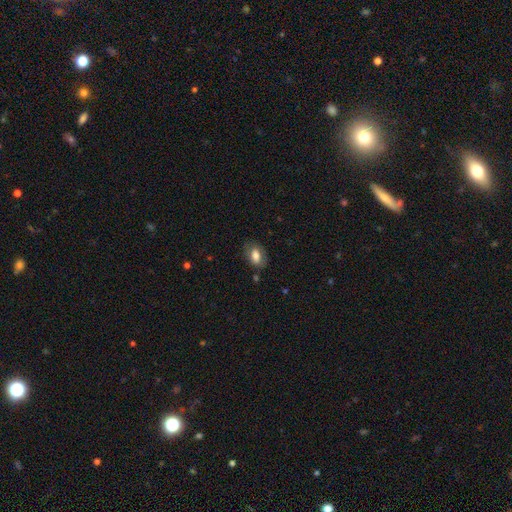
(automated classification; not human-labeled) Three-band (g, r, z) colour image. It shows a smooth galaxy with no disk features (71%) that is in between round and cigar-shaped (89%). Merging: none (75%).